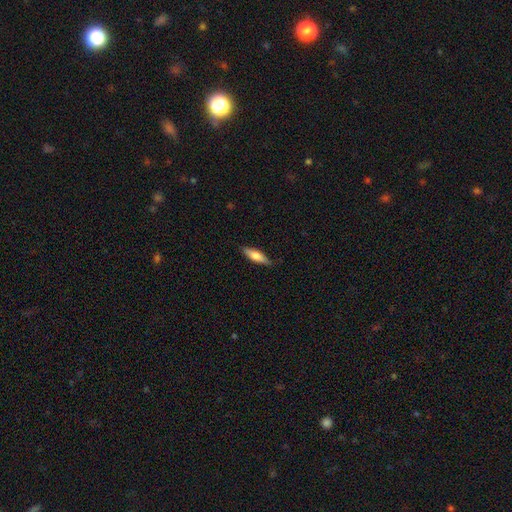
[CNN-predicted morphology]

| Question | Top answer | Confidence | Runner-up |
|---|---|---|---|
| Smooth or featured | smooth | 64% | featured or disk (31%) |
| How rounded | cigar-shaped | 59% | in between (39%) |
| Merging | none | 85% | minor disturbance (12%) |